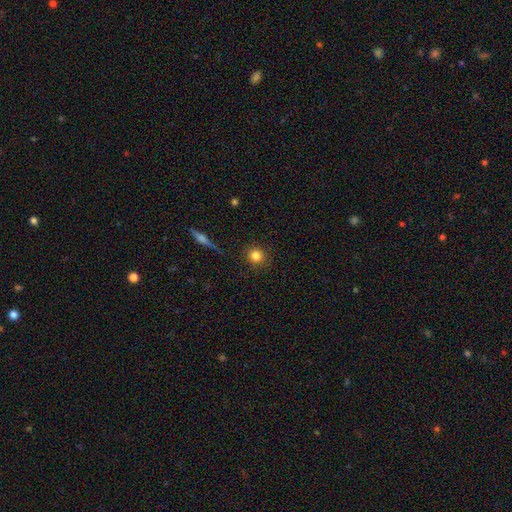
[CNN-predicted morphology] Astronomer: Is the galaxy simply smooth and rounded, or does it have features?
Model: smooth — 81%.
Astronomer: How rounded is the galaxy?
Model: round — 91%.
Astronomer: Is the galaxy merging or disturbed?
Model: none — 89%.